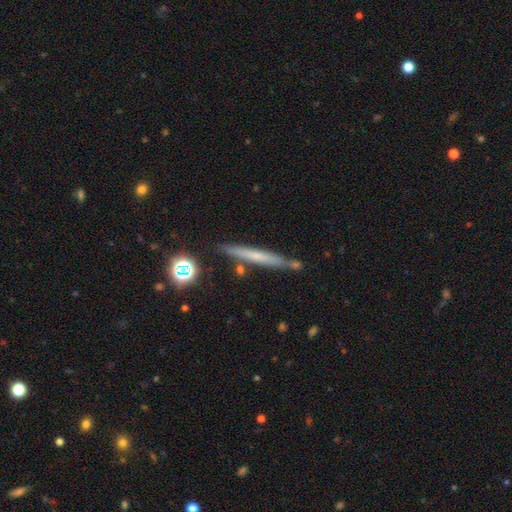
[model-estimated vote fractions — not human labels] smooth-or-featured: smooth: 47% | featured or disk: 44% | star or artifact: 9%
  merging: none: 82% | minor disturbance: 11% | merger: 5% | major disturbance: 2%